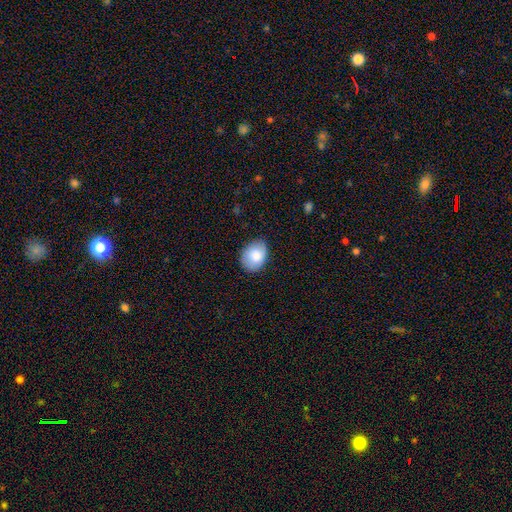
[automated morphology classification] A smooth galaxy with no disk features (84%) that is in between round and cigar-shaped (71%). Merging: none (80%).